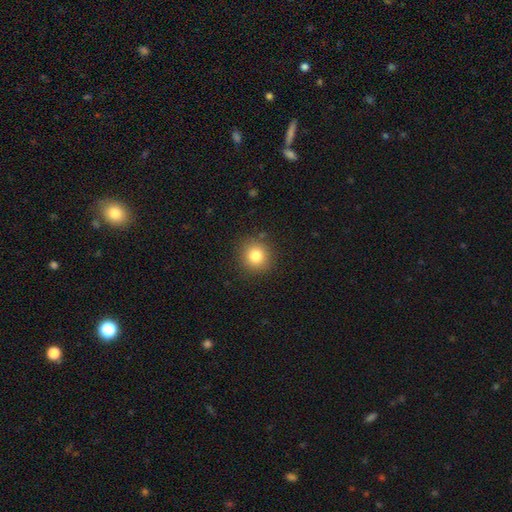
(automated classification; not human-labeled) Overall: smooth (81%). How rounded: round (89%). Merging: none (88%).